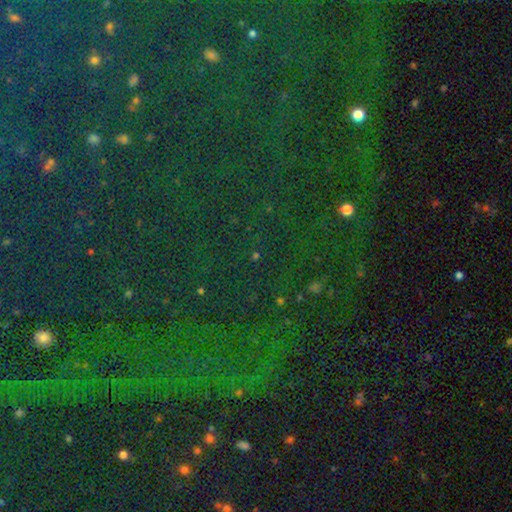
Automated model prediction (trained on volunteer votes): The model was most divided on "smooth or featured": star or artifact: 74%, smooth: 17%, featured or disk: 9%.